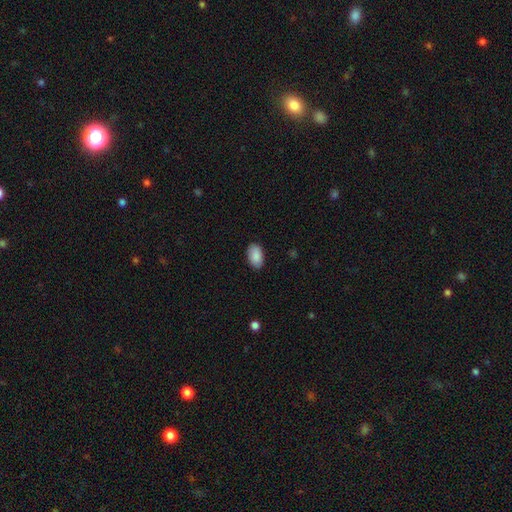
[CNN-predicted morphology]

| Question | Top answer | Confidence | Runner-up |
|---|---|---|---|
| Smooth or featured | smooth | 90% | star or artifact (6%) |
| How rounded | in between | 94% | round (4%) |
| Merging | none | 88% | minor disturbance (9%) |